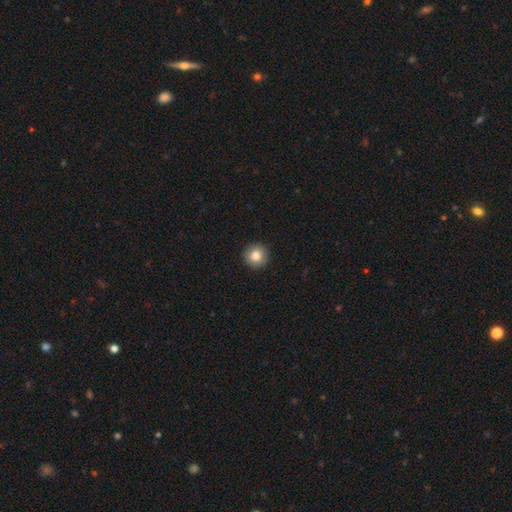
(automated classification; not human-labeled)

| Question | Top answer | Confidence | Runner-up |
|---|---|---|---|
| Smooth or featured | smooth | 83% | star or artifact (9%) |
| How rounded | round | 94% | in between (5%) |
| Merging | none | 92% | minor disturbance (6%) |